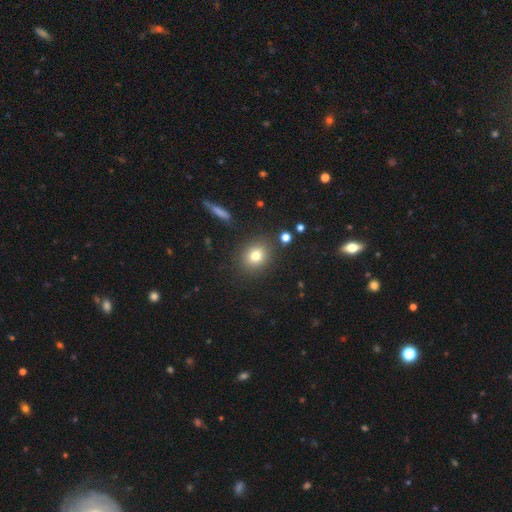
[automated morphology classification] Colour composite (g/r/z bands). It shows a smooth galaxy with no disk features (78%) that is round (69%). Merging: none (86%).